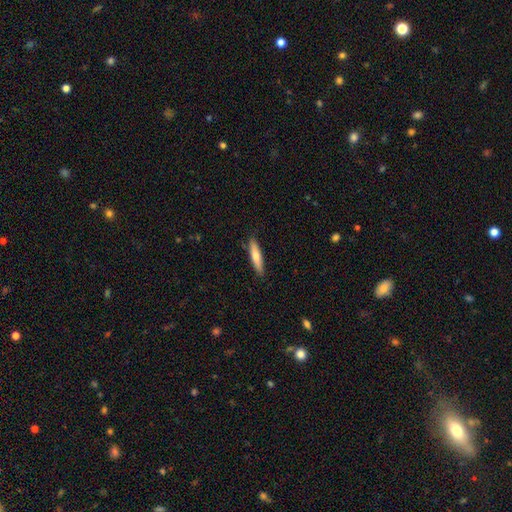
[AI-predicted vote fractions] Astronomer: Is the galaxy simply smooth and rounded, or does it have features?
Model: smooth — 65%.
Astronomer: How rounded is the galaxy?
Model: cigar-shaped — 85%.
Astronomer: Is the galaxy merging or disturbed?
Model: none — 88%.